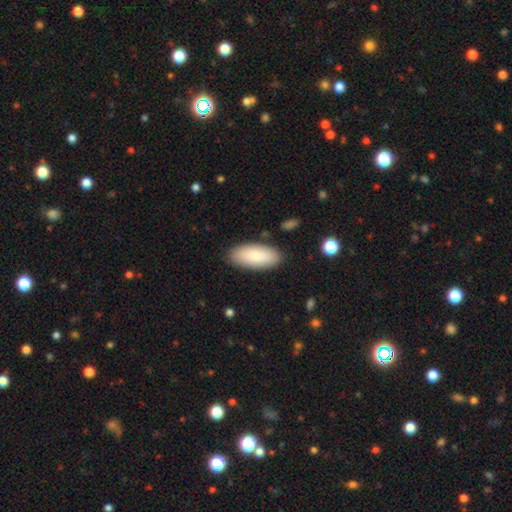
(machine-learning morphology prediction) This is clearly a smooth galaxy (84%). How rounded: clearly in between (89%). Merging: clearly none (85%).